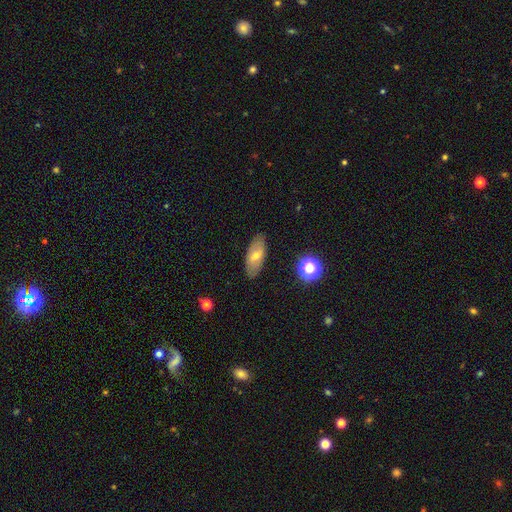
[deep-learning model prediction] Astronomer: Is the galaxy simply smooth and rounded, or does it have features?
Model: smooth — 51% (runner-up: featured or disk, 40%).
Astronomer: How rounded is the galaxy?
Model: in between — 85%.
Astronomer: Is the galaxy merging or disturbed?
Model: none — 85%.